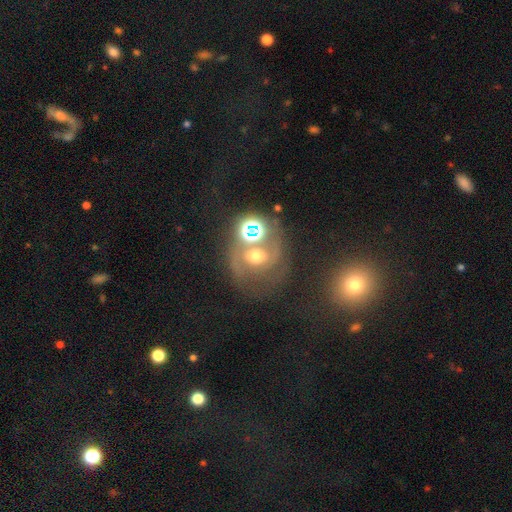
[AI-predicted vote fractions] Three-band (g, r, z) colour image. It shows a featured or disk galaxy (51%). Merging: none (43%).